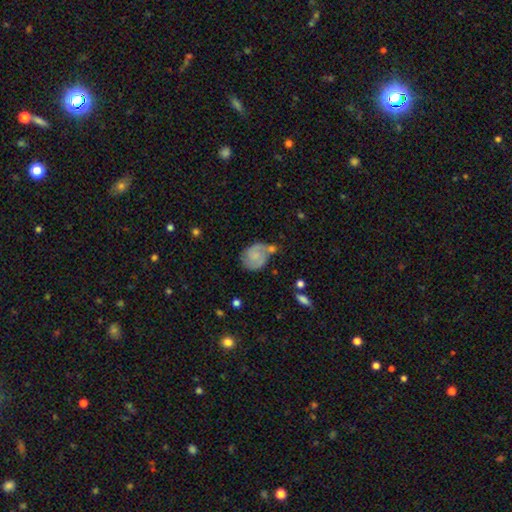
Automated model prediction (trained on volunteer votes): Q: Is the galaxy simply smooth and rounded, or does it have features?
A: featured or disk — 53%.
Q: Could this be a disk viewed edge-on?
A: no — 97%.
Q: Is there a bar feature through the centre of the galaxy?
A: no — 64%.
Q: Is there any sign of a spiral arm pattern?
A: yes — 86%.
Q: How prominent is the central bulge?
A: small — 50%.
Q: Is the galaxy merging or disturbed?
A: none — 45%.